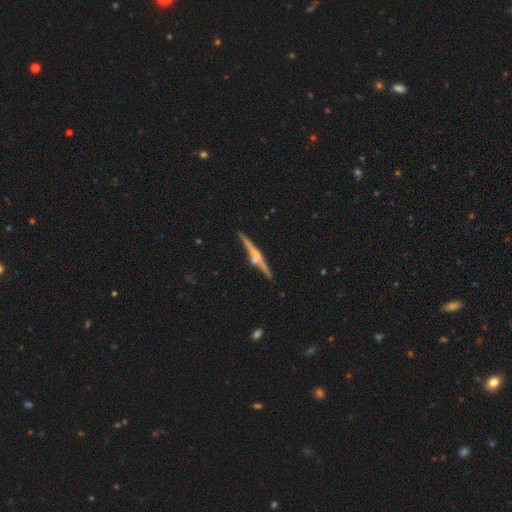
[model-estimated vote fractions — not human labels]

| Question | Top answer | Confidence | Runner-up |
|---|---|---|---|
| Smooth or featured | featured or disk | 75% | smooth (18%) |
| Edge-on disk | yes | 97% | no (3%) |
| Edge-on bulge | rounded | 69% | boxy (17%) |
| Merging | none | 76% | minor disturbance (12%) |